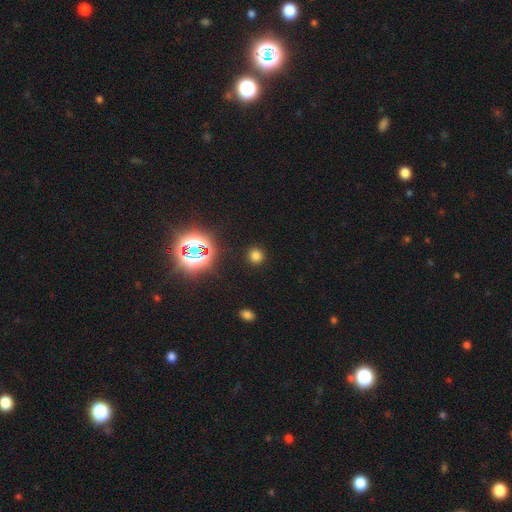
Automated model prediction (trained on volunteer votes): This is likely a smooth galaxy (70%). How rounded: clearly round (91%). Merging: clearly none (90%).